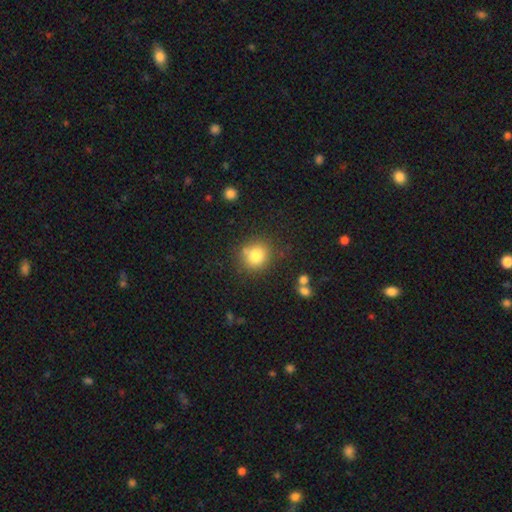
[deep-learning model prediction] smooth_or_featured: smooth (p=0.80) [alt: star or artifact p=0.11]
how_rounded: round (p=0.86) [alt: in between p=0.13]
merging: none (p=0.77) [alt: minor disturbance p=0.12]